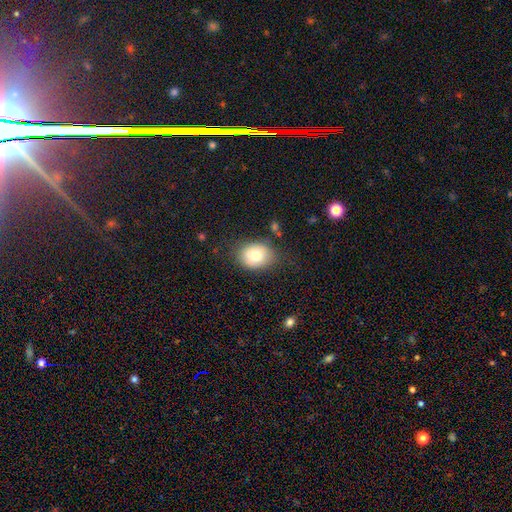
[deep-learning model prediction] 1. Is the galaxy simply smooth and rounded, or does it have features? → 76% smooth, 15% featured or disk, 8% star or artifact.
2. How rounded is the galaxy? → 62% in between, 37% round, 1% cigar-shaped.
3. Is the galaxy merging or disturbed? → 74% none, 18% minor disturbance, 5% major disturbance, 2% merger.